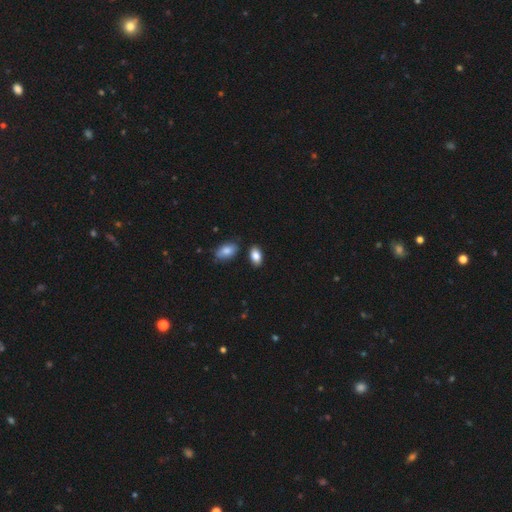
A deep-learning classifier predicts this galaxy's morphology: smooth-or-featured: smooth: 86% | star or artifact: 8% | featured or disk: 7%
  how-rounded: in between: 93% | round: 5% | cigar-shaped: 2%
  merging: none: 81% | minor disturbance: 11% | merger: 5% | major disturbance: 2%